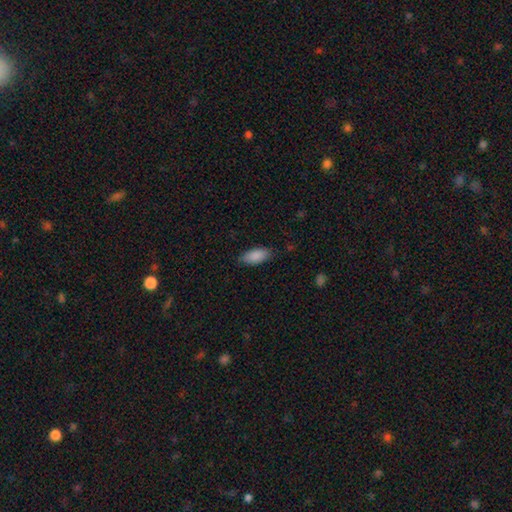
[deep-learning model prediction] Morphology: type=smooth (89%); roundness=in between (89%); merging=none (84%).